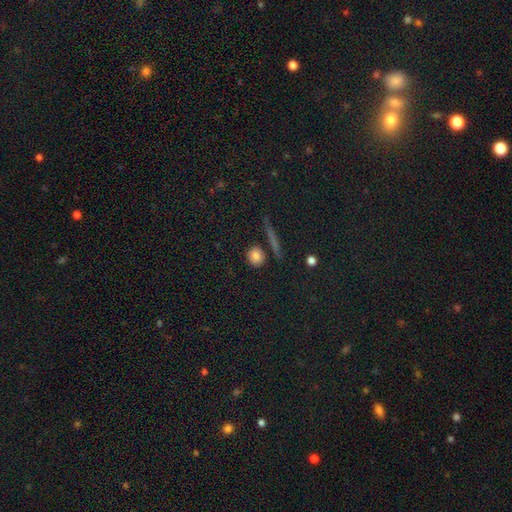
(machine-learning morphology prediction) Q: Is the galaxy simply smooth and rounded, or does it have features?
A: smooth — 81%.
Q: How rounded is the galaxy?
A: round — 83%.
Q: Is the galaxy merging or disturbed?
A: none — 83%.